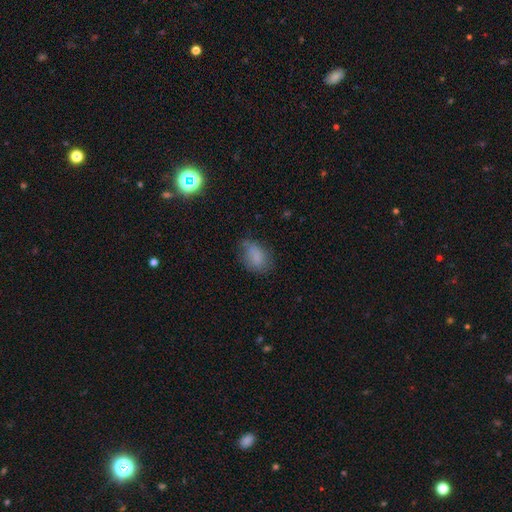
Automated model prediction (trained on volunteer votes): smooth-or-featured: smooth: 79% | star or artifact: 11% | featured or disk: 10%
  how-rounded: in between: 76% | round: 22% | cigar-shaped: 2%
  merging: none: 61% | minor disturbance: 27% | major disturbance: 9% | merger: 3%